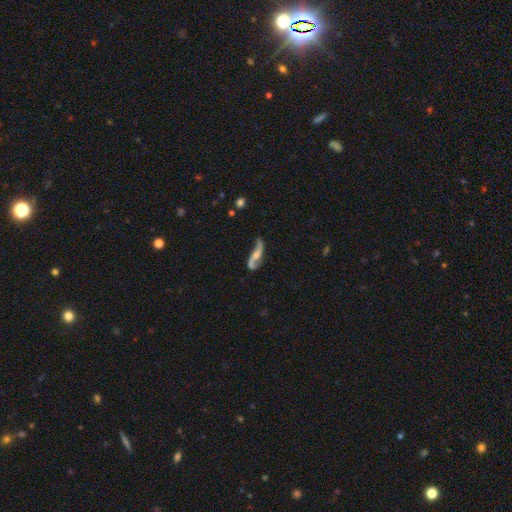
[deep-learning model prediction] A featured or disk galaxy (76%) with no bar (54%), 2 (90%) loose (87%) spiral arms (89%) and a small central bulge (36%). Merging: none (55%).